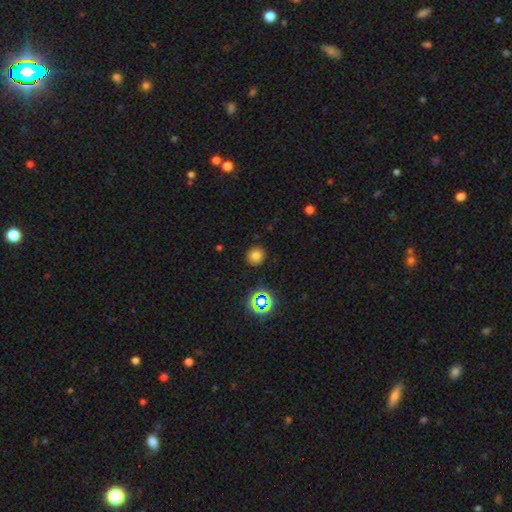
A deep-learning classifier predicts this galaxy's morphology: Smooth or featured? smooth (75%)
How rounded? round (89%)
Merging? none (89%)